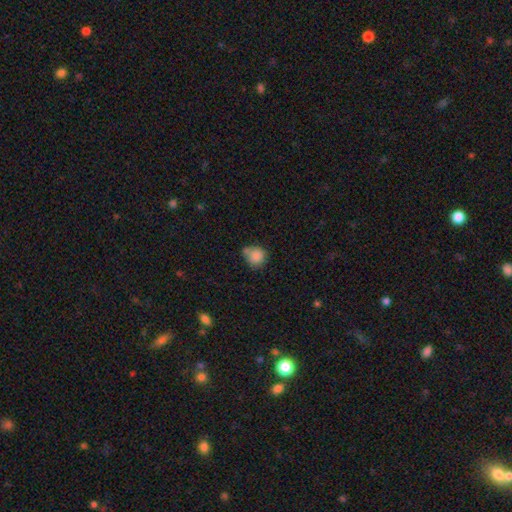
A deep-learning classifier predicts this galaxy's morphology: A smooth galaxy with no disk features (85%) that is round (84%). Merging: none (51%).